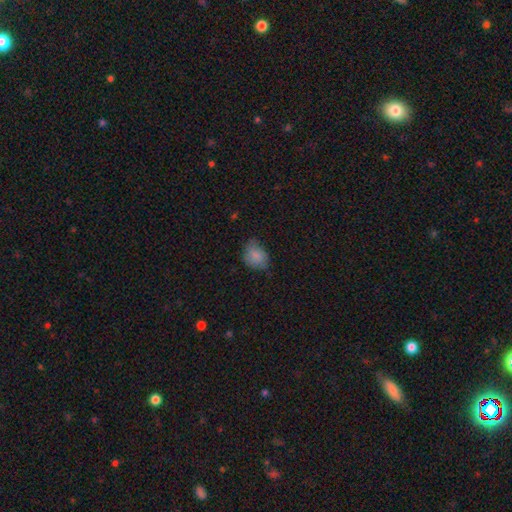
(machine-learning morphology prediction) This appears to be a smooth galaxy with no disk features (82%) that is in between round and cigar-shaped (66%). Merging: none (52%).